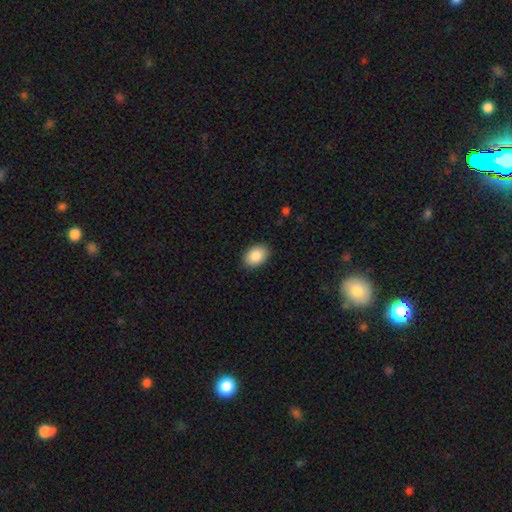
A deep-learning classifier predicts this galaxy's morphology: The model was most divided on "how rounded": in between: 83%, round: 16%, cigar-shaped: 1%. More confident: merging — none (89%); smooth or featured — smooth (88%).